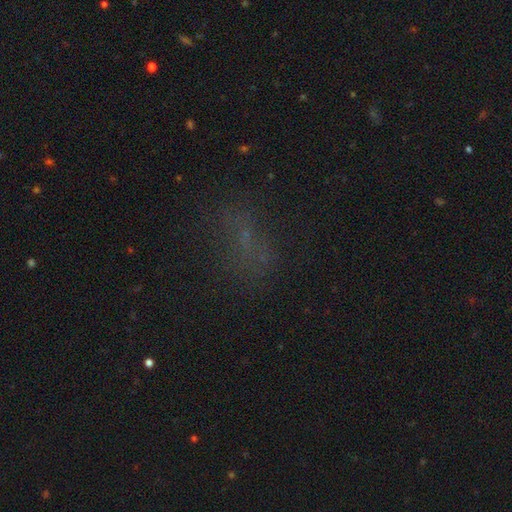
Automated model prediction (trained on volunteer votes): This appears to be a smooth galaxy with no disk features (42%). Merging: none (60%).